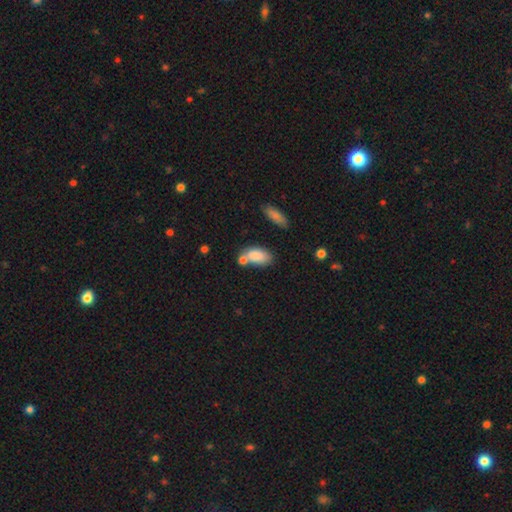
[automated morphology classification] Smooth or featured: smooth — 83% (featured or disk — 9%)
How rounded: in between — 91% (round — 6%)
Merging: none — 49% (merger — 28%)